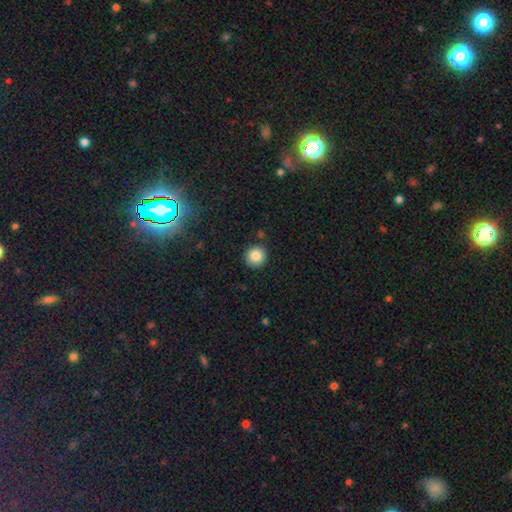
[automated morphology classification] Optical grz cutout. It shows a smooth galaxy with no disk features (86%) that is round (94%). Merging: none (90%).